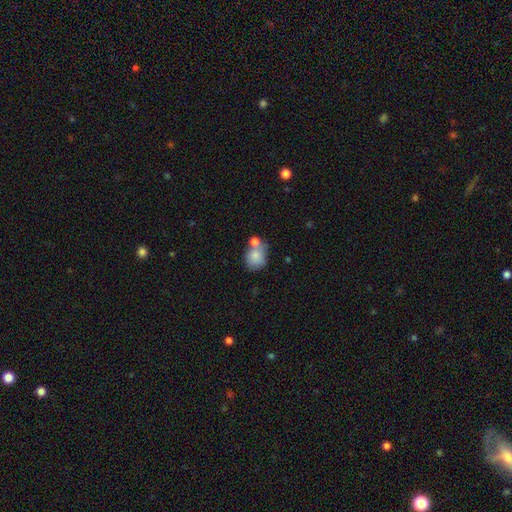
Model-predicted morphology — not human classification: A smooth galaxy with no disk features (80%) that is round (60%).

Vote fractions:
- Smooth or featured? smooth: 80% / featured or disk: 11% / star or artifact: 9%
- How rounded? round: 60% / in between: 39% / cigar-shaped: 1%
- Merging? none: 43% / merger: 36% / minor disturbance: 16% / major disturbance: 6%